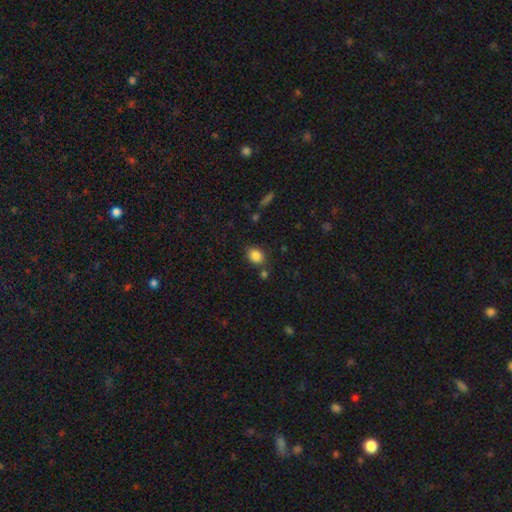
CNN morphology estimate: smooth-or-featured: smooth: 85% | star or artifact: 10% | featured or disk: 5%
  how-rounded: in between: 57% | round: 42% | cigar-shaped: 1%
  merging: none: 78% | minor disturbance: 12% | merger: 7% | major disturbance: 3%